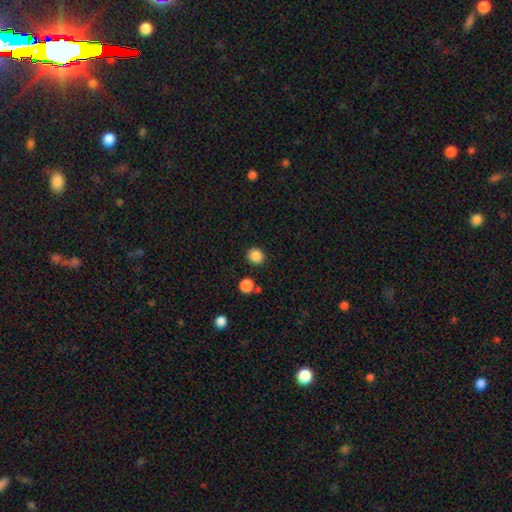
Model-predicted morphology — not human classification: A smooth galaxy with no disk features (86%) that is round (86%).

Vote fractions:
- Smooth or featured? smooth: 86% / star or artifact: 11% / featured or disk: 3%
- How rounded? round: 86% / in between: 13% / cigar-shaped: 1%
- Merging? none: 88% / minor disturbance: 6% / merger: 3% / major disturbance: 2%